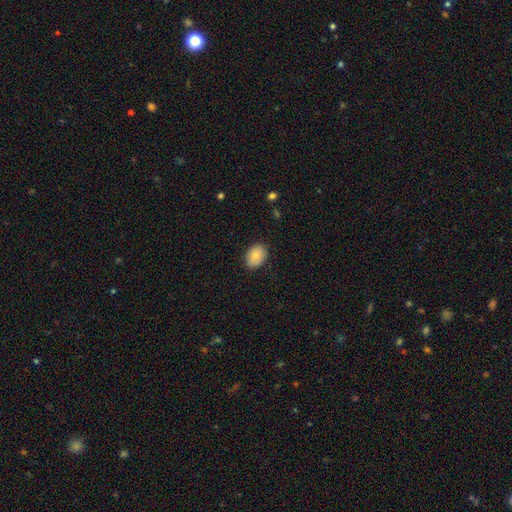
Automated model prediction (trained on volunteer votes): Smooth or featured? Predicted: smooth (p=0.83). How rounded? Predicted: in between (p=0.78). Merging? Predicted: none (p=0.85).